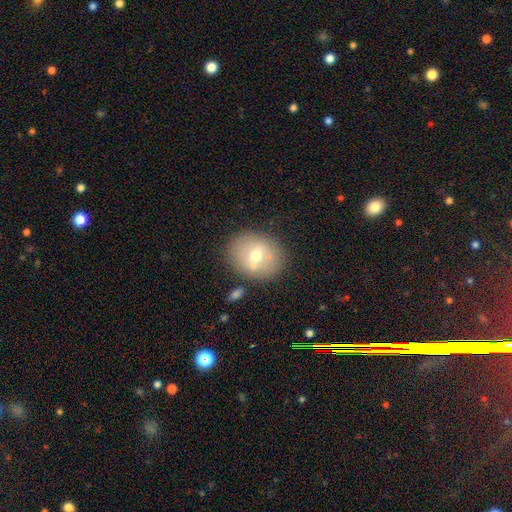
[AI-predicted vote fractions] Smooth or featured: smooth — 59% (featured or disk — 31%)
How rounded: round — 62% (in between — 37%)
Merging: none — 72% (minor disturbance — 13%)